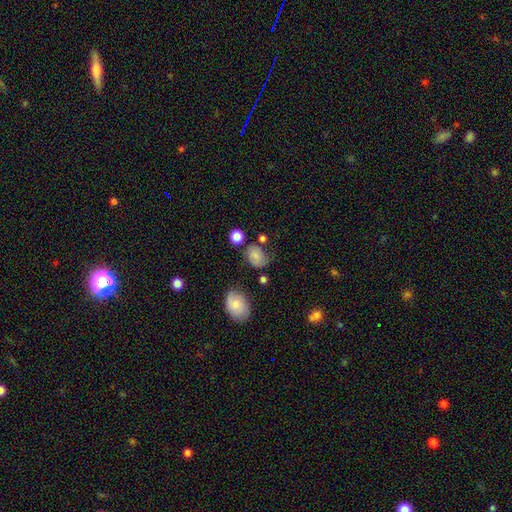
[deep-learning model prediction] Smooth or featured? smooth (74%)
How rounded? in between (59%)
Merging? none (53%)